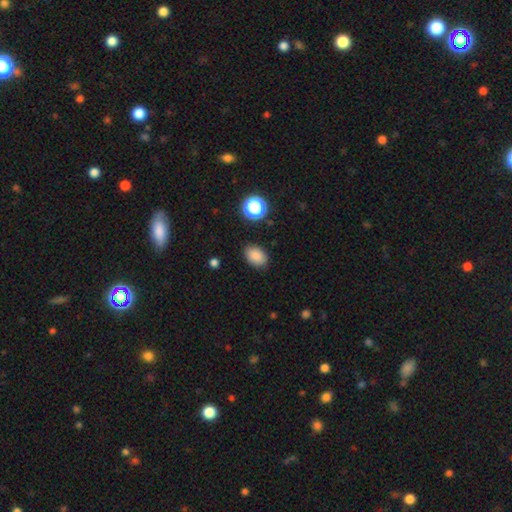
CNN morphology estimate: The model was most divided on "how rounded": in between: 79%, round: 20%, cigar-shaped: 1%. More confident: smooth or featured — smooth (85%); merging — none (85%).